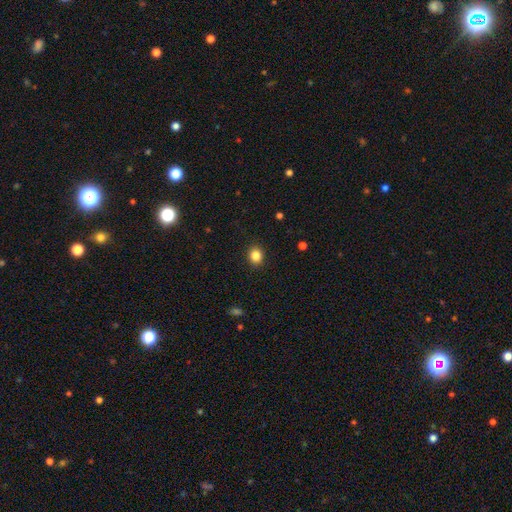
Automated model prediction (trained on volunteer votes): This is clearly a smooth galaxy (84%). How rounded: likely round (69%). Merging: clearly none (91%).